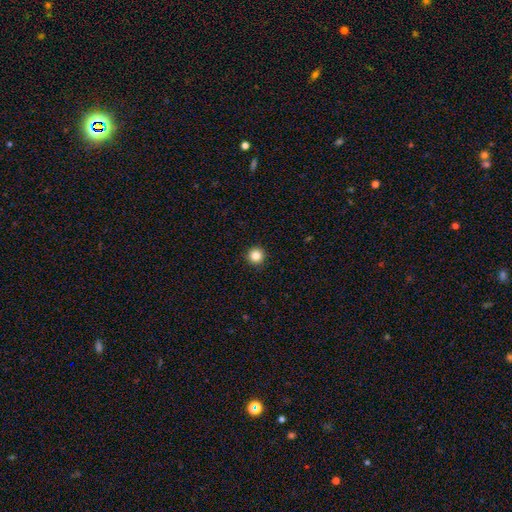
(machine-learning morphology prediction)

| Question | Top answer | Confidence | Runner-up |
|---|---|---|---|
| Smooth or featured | smooth | 85% | star or artifact (11%) |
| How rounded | round | 96% | in between (3%) |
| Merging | none | 93% | minor disturbance (4%) |